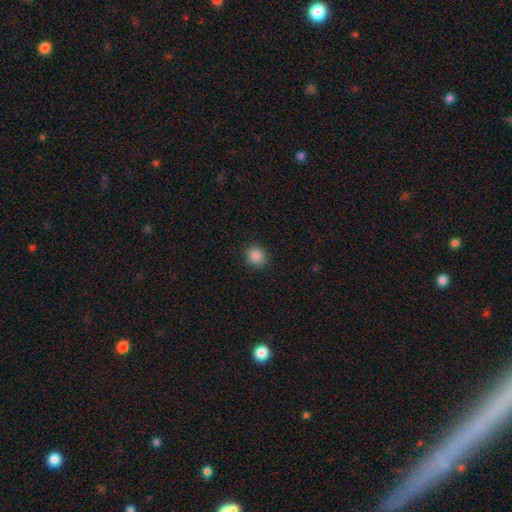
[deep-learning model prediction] Overall: smooth (87%). How rounded: round (80%). Merging: none (90%).